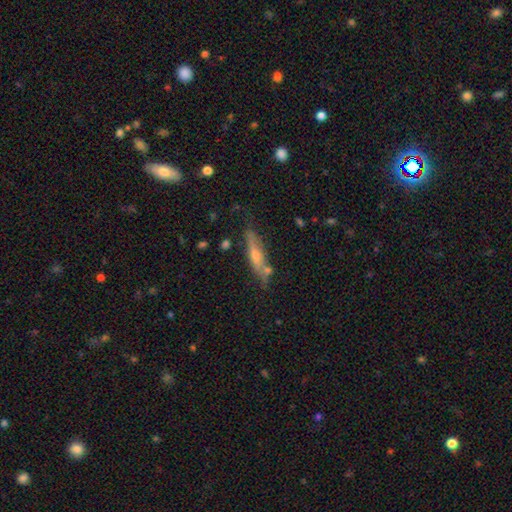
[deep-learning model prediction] Smooth or featured? featured or disk (54%)
Edge-on disk? yes (85%)
Merging? none (71%)